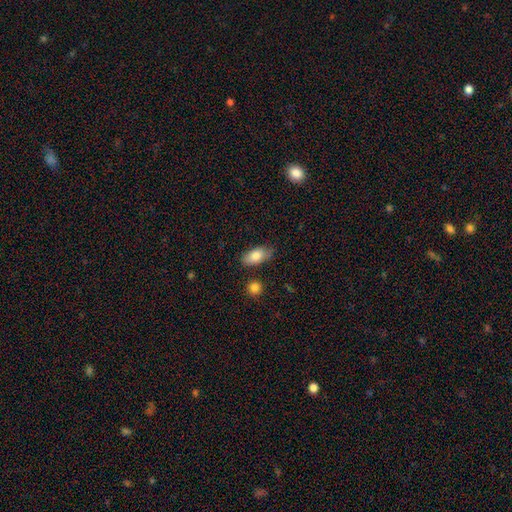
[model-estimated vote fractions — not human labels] smooth-or-featured: smooth: 80% | featured or disk: 13% | star or artifact: 7%
  how-rounded: in between: 90% | cigar-shaped: 6% | round: 4%
  merging: none: 75% | minor disturbance: 18% | major disturbance: 4% | merger: 3%